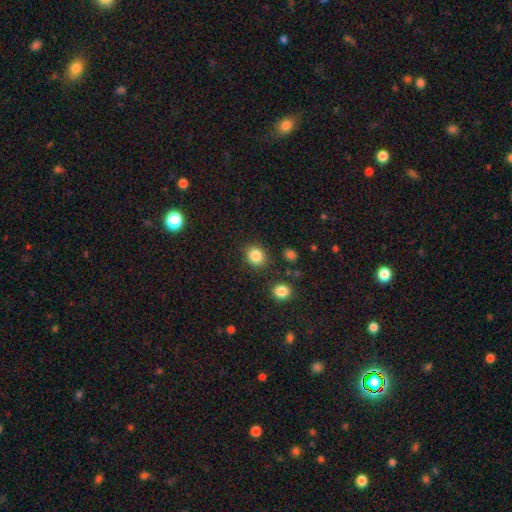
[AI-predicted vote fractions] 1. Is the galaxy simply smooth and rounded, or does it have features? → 85% smooth, 10% star or artifact, 5% featured or disk.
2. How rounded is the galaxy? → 74% round, 25% in between, 1% cigar-shaped.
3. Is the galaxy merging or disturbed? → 84% none, 9% minor disturbance, 3% merger, 3% major disturbance.